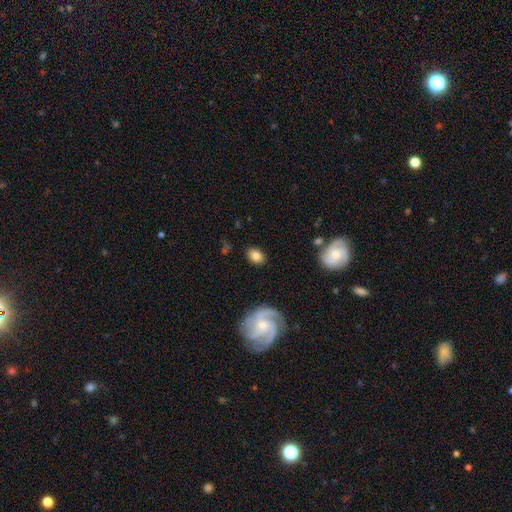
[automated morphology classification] smooth_or_featured: smooth (p=0.77) [alt: featured or disk p=0.15]
how_rounded: in between (p=0.75) [alt: round p=0.24]
merging: none (p=0.84) [alt: minor disturbance p=0.11]